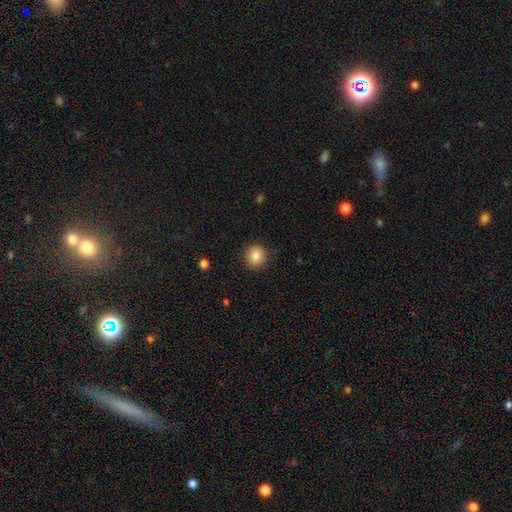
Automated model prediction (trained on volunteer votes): Morphology: type=smooth (85%); roundness=round (91%); merging=none (91%).